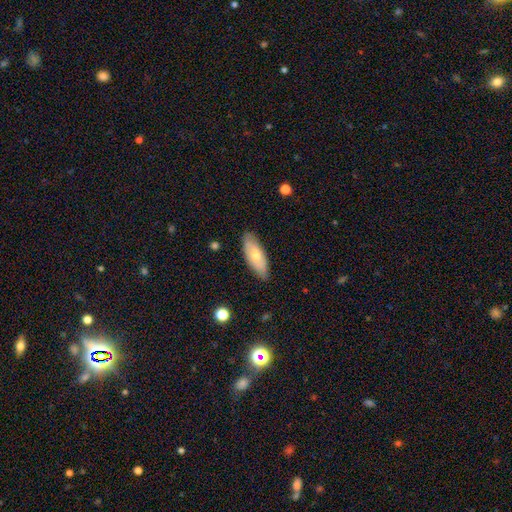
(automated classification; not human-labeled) Smooth or featured? smooth (59%)
How rounded? in between (75%)
Merging? none (85%)